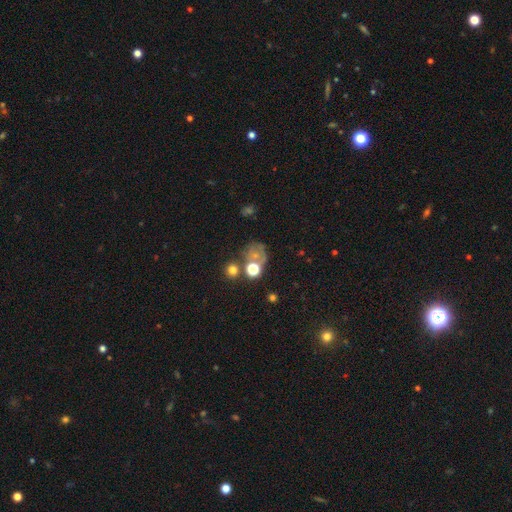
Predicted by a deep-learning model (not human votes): A smooth galaxy with no disk features (53%) that is round (65%).

Vote fractions:
- Smooth or featured? smooth: 53% / star or artifact: 25% / featured or disk: 23%
- How rounded? round: 65% / in between: 34% / cigar-shaped: 1%
- Merging? none: 39% / merger: 22% / major disturbance: 21% / minor disturbance: 17%